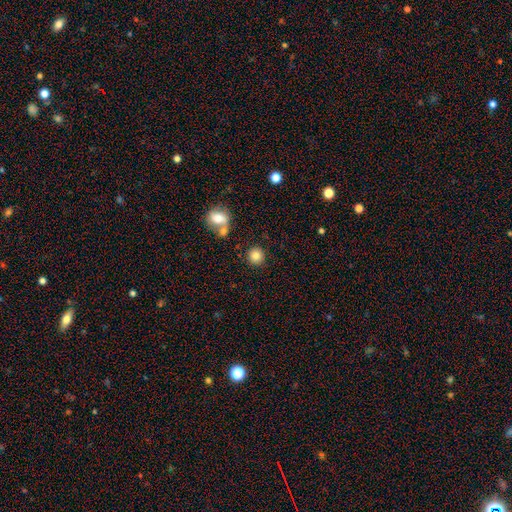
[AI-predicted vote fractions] Smooth or featured?
  - smooth: 83% *
  - star or artifact: 10%
  - featured or disk: 7%
How rounded?
  - round: 91% *
  - in between: 8%
  - cigar-shaped: 1%
Merging?
  - none: 84% *
  - minor disturbance: 7%
  - merger: 6%
  - major disturbance: 3%